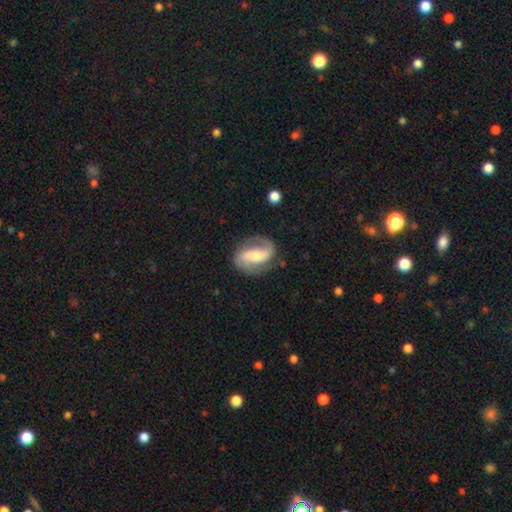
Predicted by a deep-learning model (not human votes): smooth_or_featured: featured or disk (p=0.80) [alt: smooth p=0.15]
disk_edge_on: no (p=0.97) [alt: yes p=0.03]
bar: strong (p=0.40) [alt: weak p=0.34]
has_spiral_arms: yes (p=0.93) [alt: no p=0.07]
spiral_winding: medium (p=0.45) [alt: loose p=0.32]
spiral_arm_count: 2 (p=0.89) [alt: can't tell p=0.04]
bulge_size: moderate (p=0.54) [alt: small p=0.34]
merging: none (p=0.77) [alt: minor disturbance p=0.15]